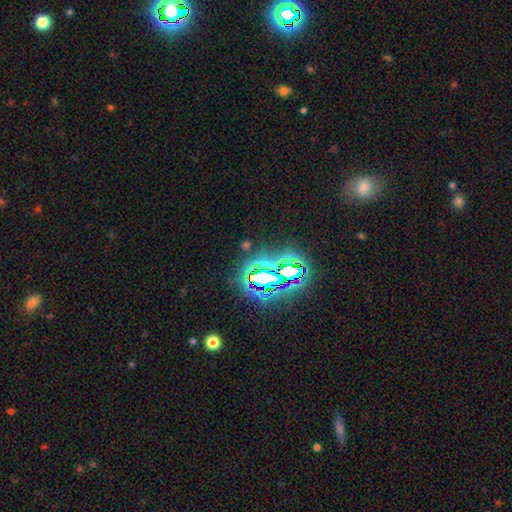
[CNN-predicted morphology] This appears to be a star or artifact, not a galaxy (77%).